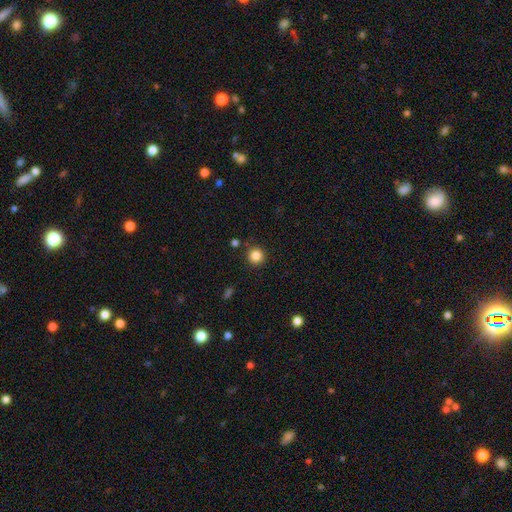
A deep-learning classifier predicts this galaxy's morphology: The model was most divided on "smooth or featured": smooth: 84%, star or artifact: 11%, featured or disk: 4%. More confident: how rounded — round (95%); merging — none (88%).